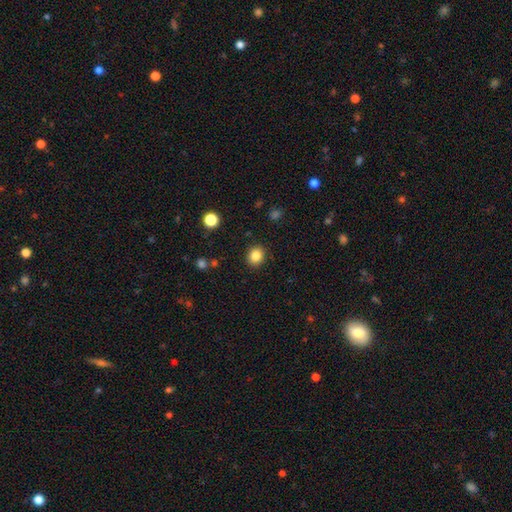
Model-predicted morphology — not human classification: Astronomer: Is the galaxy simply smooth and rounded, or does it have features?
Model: smooth — 84%.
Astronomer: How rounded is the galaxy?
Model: round — 68%.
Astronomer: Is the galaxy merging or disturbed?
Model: none — 89%.